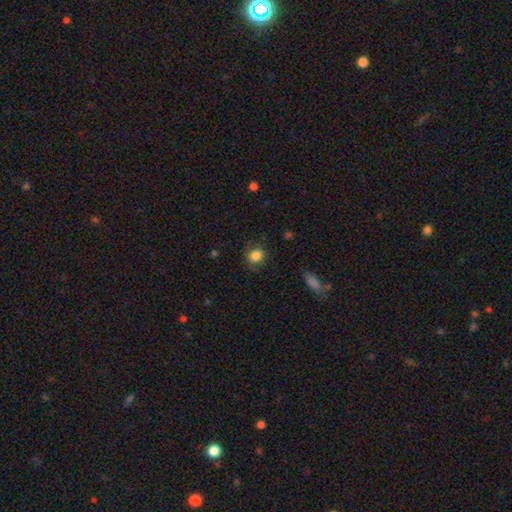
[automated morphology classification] Smooth or featured?
  - smooth: 84% *
  - star or artifact: 9%
  - featured or disk: 6%
How rounded?
  - round: 77% *
  - in between: 22%
  - cigar-shaped: 1%
Merging?
  - none: 77% *
  - minor disturbance: 17%
  - major disturbance: 5%
  - merger: 1%